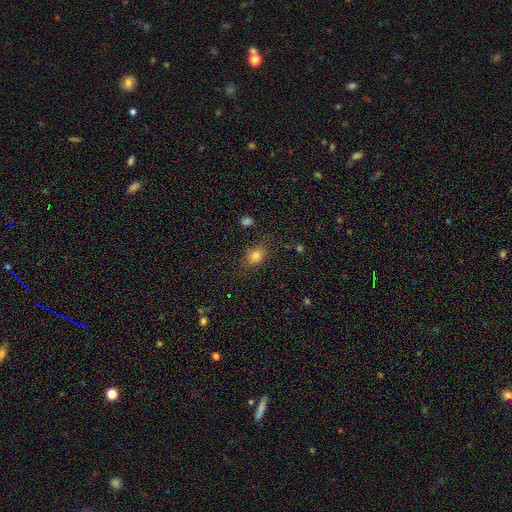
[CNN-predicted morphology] type=smooth (78%); roundness=round (49%, tied with in between); merging=none (74%).